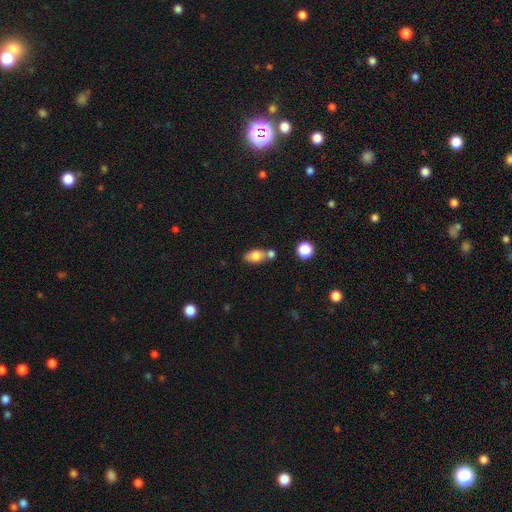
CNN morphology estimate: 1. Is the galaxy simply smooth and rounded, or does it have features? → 79% smooth, 13% featured or disk, 9% star or artifact.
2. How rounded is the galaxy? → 83% in between, 14% round, 3% cigar-shaped.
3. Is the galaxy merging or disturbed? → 51% none, 32% merger, 13% minor disturbance, 4% major disturbance.